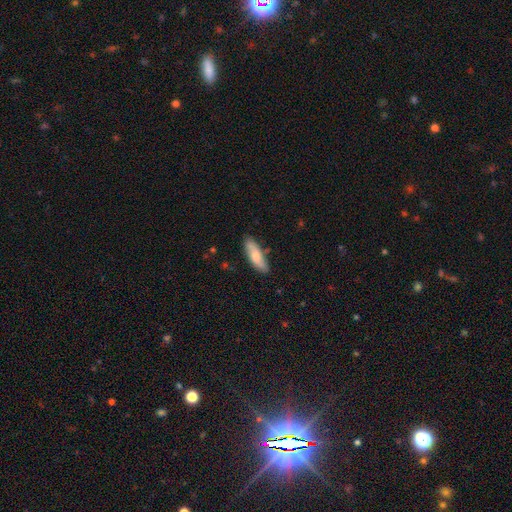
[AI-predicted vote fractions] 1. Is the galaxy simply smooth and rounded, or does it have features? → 73% smooth, 21% featured or disk, 6% star or artifact.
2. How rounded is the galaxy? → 49% cigar-shaped (tied), 49% in between (tied), 2% round.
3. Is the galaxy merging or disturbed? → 79% none, 16% minor disturbance, 3% major disturbance, 3% merger.